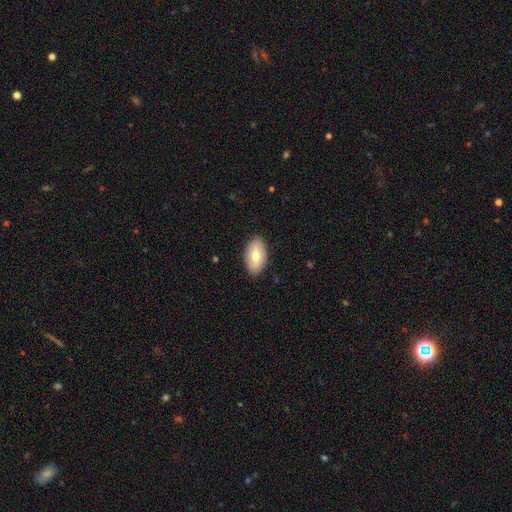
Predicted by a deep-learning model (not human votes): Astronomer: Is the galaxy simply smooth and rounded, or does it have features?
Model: smooth — 73%.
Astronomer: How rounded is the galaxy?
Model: in between — 94%.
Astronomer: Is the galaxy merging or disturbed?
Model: none — 88%.